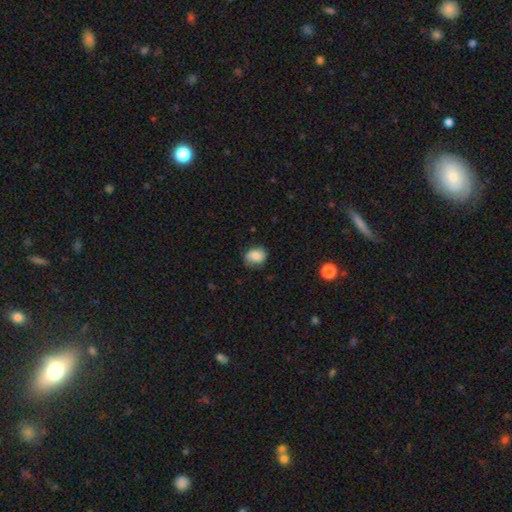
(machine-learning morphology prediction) This appears to be a smooth galaxy with no disk features (79%) that is round (50%). Merging: none (70%).